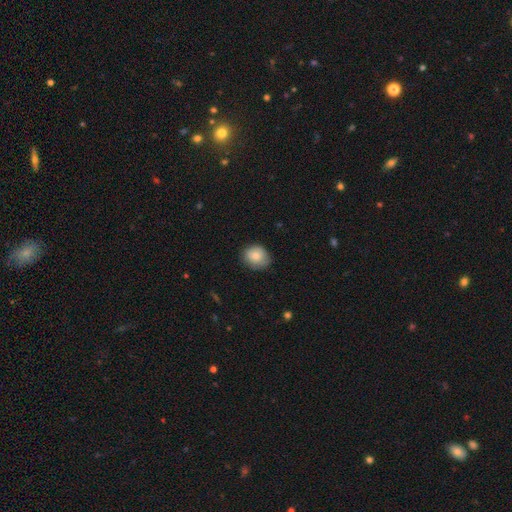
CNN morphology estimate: Smooth or featured: smooth — 83% (featured or disk — 9%)
How rounded: round — 70% (in between — 29%)
Merging: none — 76% (minor disturbance — 20%)